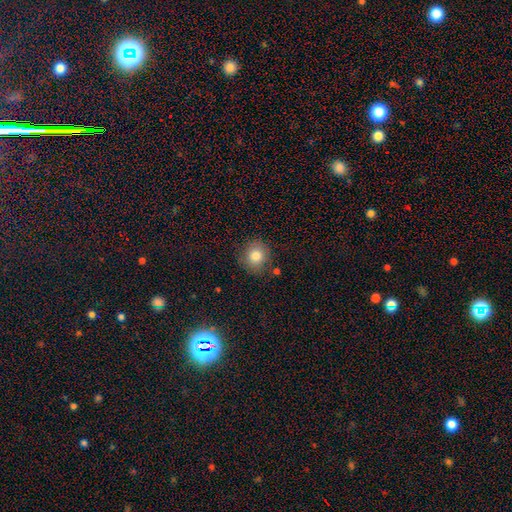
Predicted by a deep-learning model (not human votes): Q: Smooth or featured?
A: smooth (80%); runner-up: star or artifact (10%)
Q: How rounded?
A: round (87%); runner-up: in between (12%)
Q: Merging?
A: none (83%); runner-up: minor disturbance (11%)